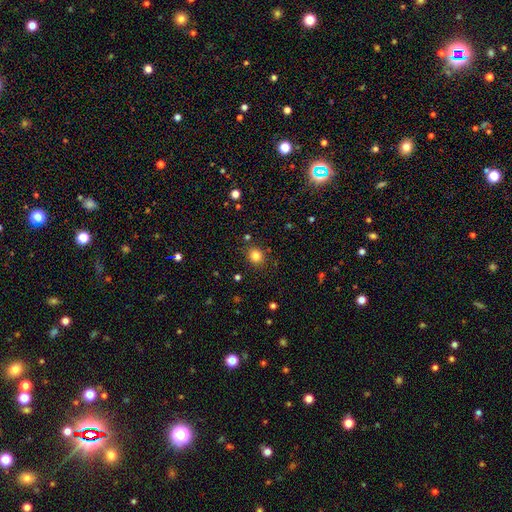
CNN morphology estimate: Q: Smooth or featured?
A: smooth (81%); runner-up: star or artifact (13%)
Q: How rounded?
A: round (80%); runner-up: in between (19%)
Q: Merging?
A: none (86%); runner-up: minor disturbance (8%)